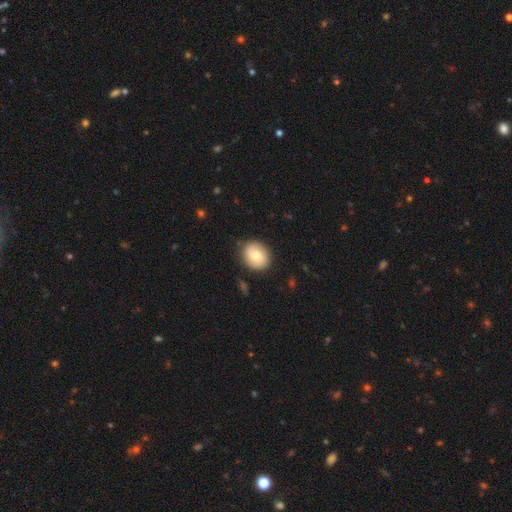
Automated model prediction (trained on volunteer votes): Smooth or featured? smooth (78%)
How rounded? round (58%)
Merging? none (85%)